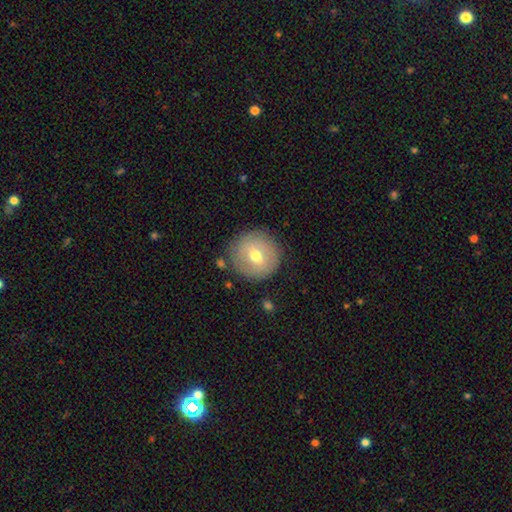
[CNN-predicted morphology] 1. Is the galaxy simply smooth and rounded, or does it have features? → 53% smooth, 40% featured or disk, 7% star or artifact.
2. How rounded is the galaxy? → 92% round, 7% in between, 1% cigar-shaped.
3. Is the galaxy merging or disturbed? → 84% none, 10% minor disturbance, 4% major disturbance, 2% merger.